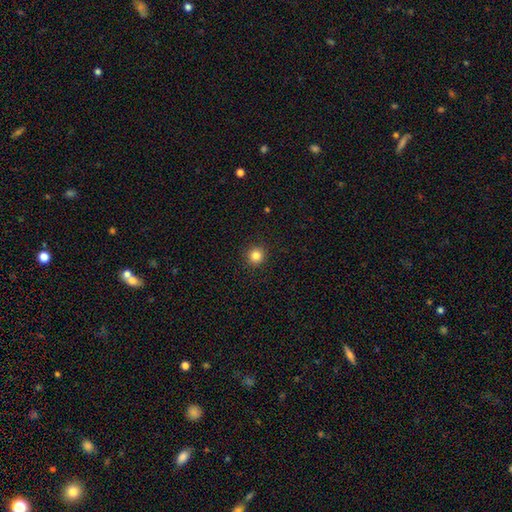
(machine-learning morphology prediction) Smooth or featured? Predicted: smooth (p=0.83). How rounded? Predicted: round (p=0.94). Merging? Predicted: none (p=0.93).